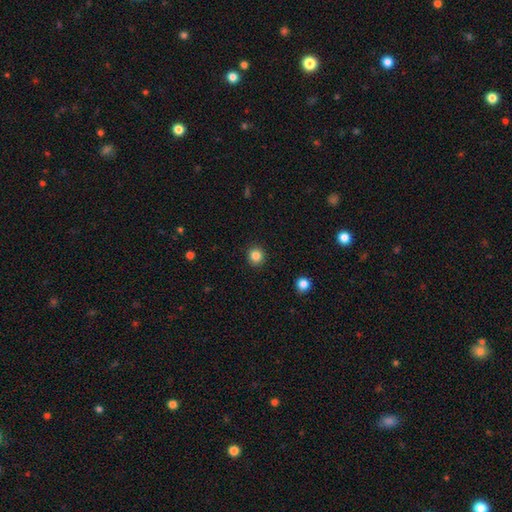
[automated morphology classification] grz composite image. It shows a smooth galaxy with no disk features (85%) that is round (91%). Merging: none (92%).